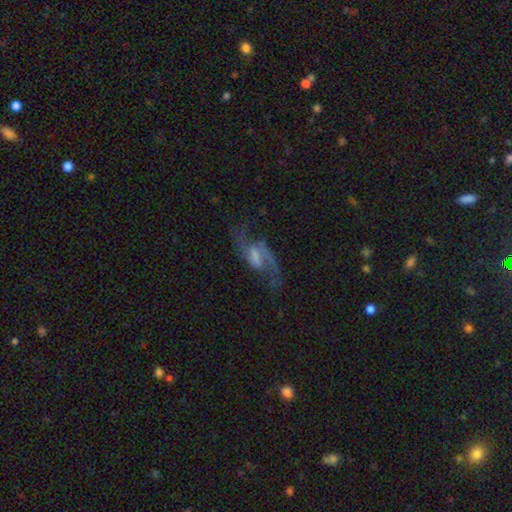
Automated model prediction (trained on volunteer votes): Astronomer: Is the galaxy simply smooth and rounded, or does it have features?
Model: featured or disk — 82%.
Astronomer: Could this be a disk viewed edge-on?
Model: no — 95%.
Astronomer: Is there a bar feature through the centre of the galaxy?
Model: weak — 51%.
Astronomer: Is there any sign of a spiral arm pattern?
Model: yes — 95%.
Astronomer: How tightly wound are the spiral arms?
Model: loose — 55% (runner-up: medium, 37%).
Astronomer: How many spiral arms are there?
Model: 2 — 90%.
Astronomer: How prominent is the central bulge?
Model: none — 38% (runner-up: small, 26%).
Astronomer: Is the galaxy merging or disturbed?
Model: none — 65%.